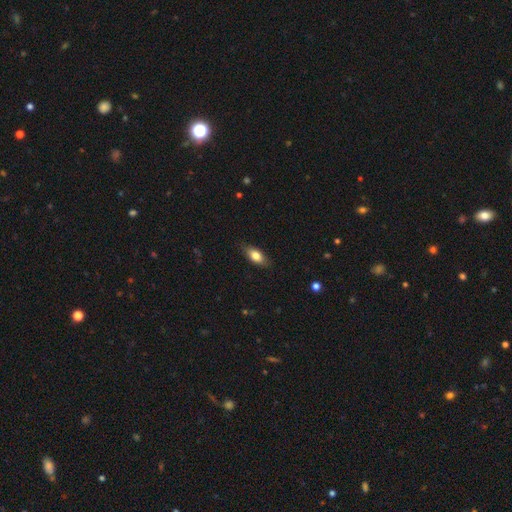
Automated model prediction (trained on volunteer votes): Overall: smooth (78%). How rounded: in between (85%). Merging: none (83%).